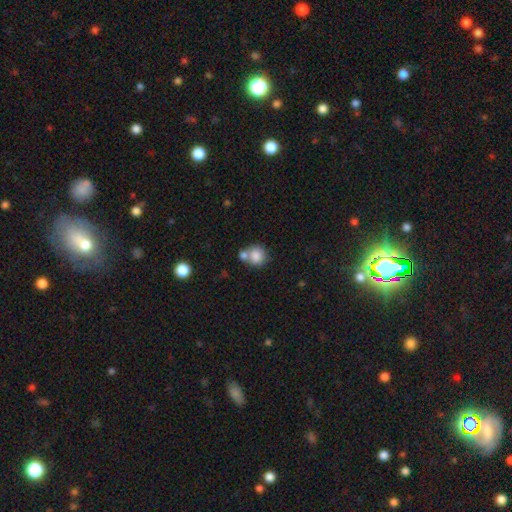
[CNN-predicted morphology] The model was most divided on "merging": none: 48%, merger: 37%, minor disturbance: 11%, major disturbance: 4%. More confident: how rounded — round (85%); smooth or featured — smooth (83%).